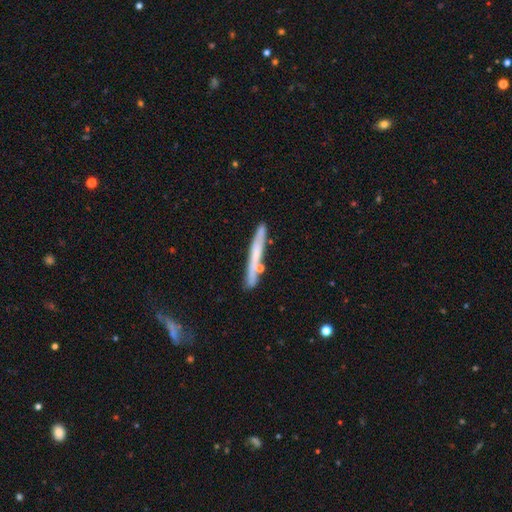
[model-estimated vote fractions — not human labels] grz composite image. It shows a smooth galaxy with no disk features (48%). Merging: none (77%).